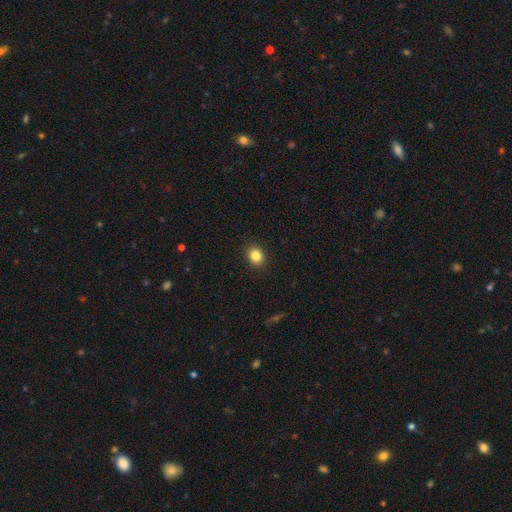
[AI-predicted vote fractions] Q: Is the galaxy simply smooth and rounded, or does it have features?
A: smooth — 85%.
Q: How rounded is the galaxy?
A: round — 53%.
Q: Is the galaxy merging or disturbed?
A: none — 90%.